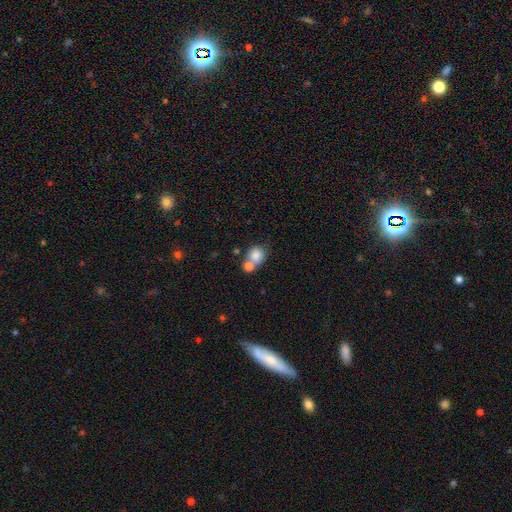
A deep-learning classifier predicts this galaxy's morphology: Smooth or featured: smooth — 82% (star or artifact — 10%)
How rounded: round — 78% (in between — 21%)
Merging: none — 44% (merger — 42%)